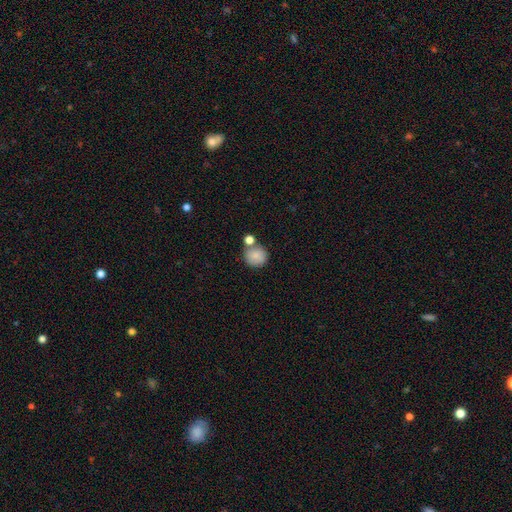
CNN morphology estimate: Smooth or featured? smooth (83%)
How rounded? round (89%)
Merging? none (60%)